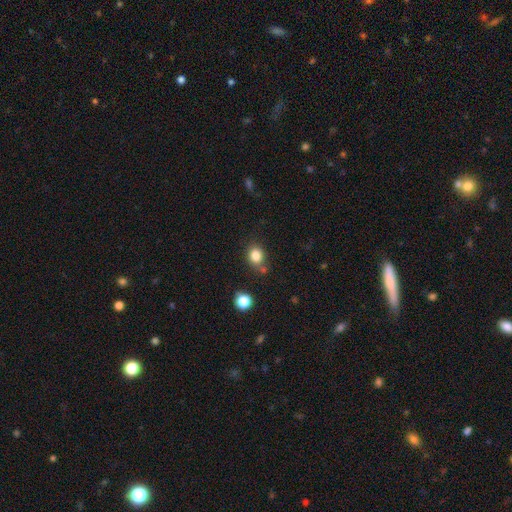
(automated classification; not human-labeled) A smooth galaxy with no disk features (83%) that is round (68%).

Vote fractions:
- Smooth or featured? smooth: 83% / star or artifact: 11% / featured or disk: 6%
- How rounded? round: 68% / in between: 31% / cigar-shaped: 1%
- Merging? none: 69% / minor disturbance: 15% / merger: 12% / major disturbance: 4%